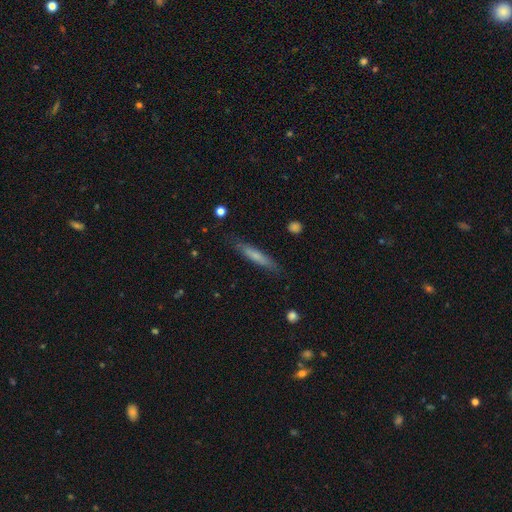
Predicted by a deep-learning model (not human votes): Q: Smooth or featured?
A: smooth (66%); runner-up: featured or disk (27%)
Q: How rounded?
A: cigar-shaped (90%); runner-up: in between (9%)
Q: Merging?
A: none (81%); runner-up: minor disturbance (14%)